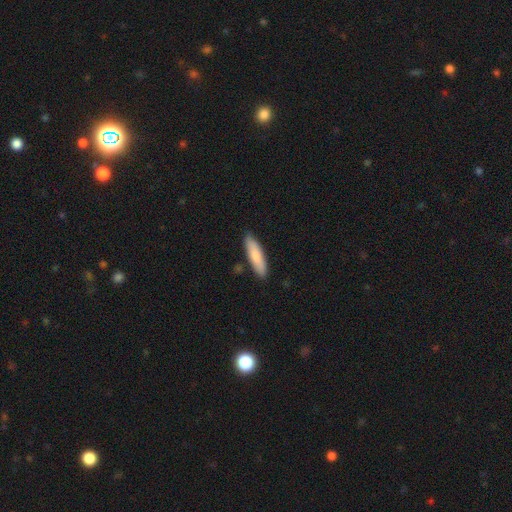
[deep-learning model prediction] smooth_or_featured: smooth (p=0.81) [alt: featured or disk p=0.14]
how_rounded: cigar-shaped (p=0.69) [alt: in between p=0.30]
merging: none (p=0.85) [alt: minor disturbance p=0.10]